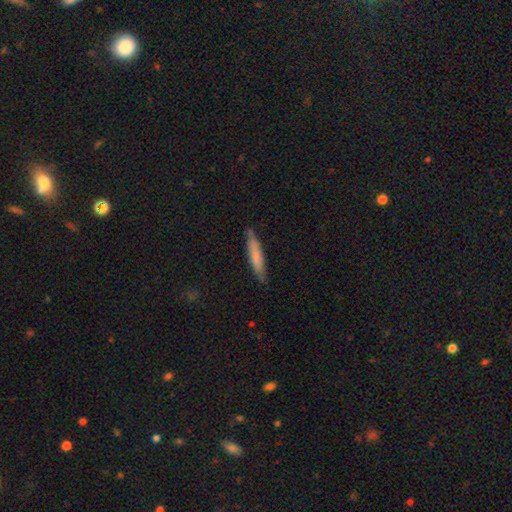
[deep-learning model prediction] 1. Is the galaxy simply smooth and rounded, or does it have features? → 70% smooth, 24% featured or disk, 6% star or artifact.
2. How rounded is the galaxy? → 92% cigar-shaped, 7% in between, 1% round.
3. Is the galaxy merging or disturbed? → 83% none, 14% minor disturbance, 2% major disturbance, 1% merger.